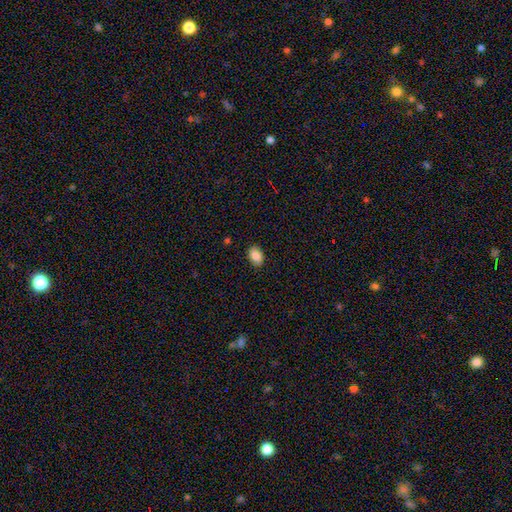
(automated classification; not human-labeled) A smooth galaxy with no disk features (88%) that is in between round and cigar-shaped (84%).

Vote fractions:
- Smooth or featured? smooth: 88% / star or artifact: 8% / featured or disk: 4%
- How rounded? in between: 84% / round: 15% / cigar-shaped: 1%
- Merging? none: 88% / minor disturbance: 9% / major disturbance: 2% / merger: 1%